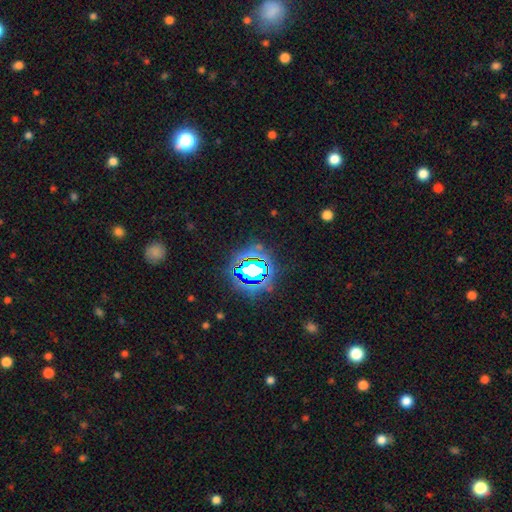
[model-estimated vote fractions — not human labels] smooth-or-featured: star or artifact: 80% | smooth: 13% | featured or disk: 7%